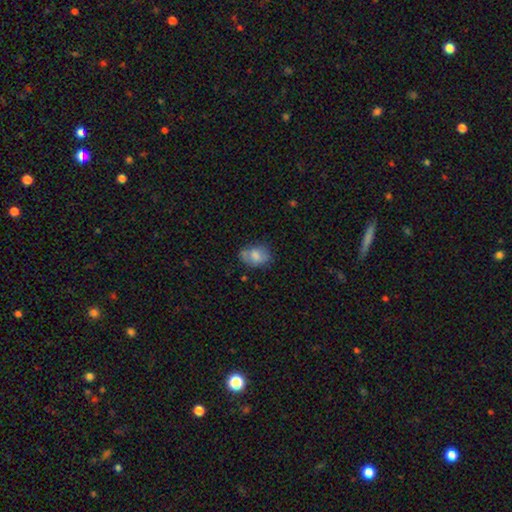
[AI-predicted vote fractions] The model was most divided on "merging": none: 60%, minor disturbance: 26%, major disturbance: 8%, merger: 6%. More confident: smooth or featured — smooth (72%); how rounded — in between (71%).